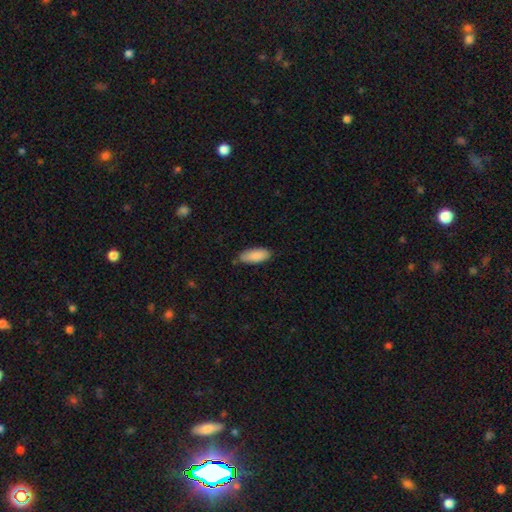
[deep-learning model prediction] This is clearly a smooth galaxy (87%). How rounded: likely in between (80%). Merging: likely none (80%).